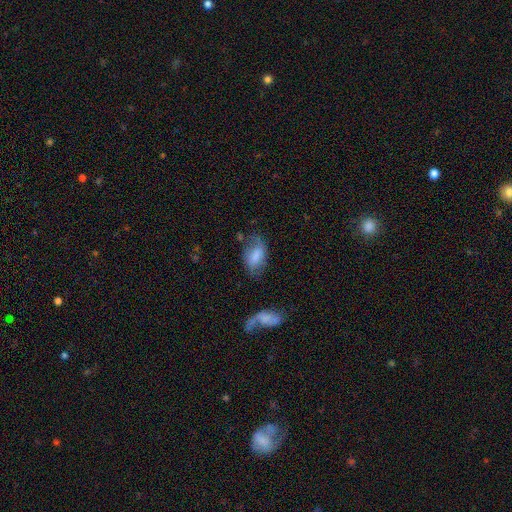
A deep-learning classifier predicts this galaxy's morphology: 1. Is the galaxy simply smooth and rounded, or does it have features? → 70% smooth, 22% featured or disk, 8% star or artifact.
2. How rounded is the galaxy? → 91% in between, 6% round, 3% cigar-shaped.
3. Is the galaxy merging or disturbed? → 46% none, 31% minor disturbance, 18% major disturbance, 5% merger.